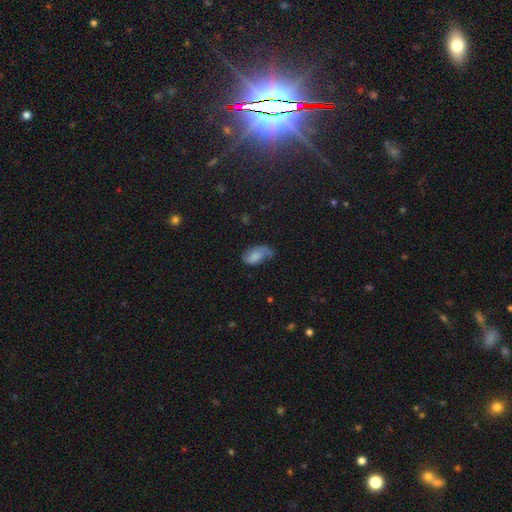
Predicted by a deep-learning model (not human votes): smooth 60%, featured or disk 31%, star or artifact 9%. Down the decision tree: how rounded — in between (92%); merging — none (39%).